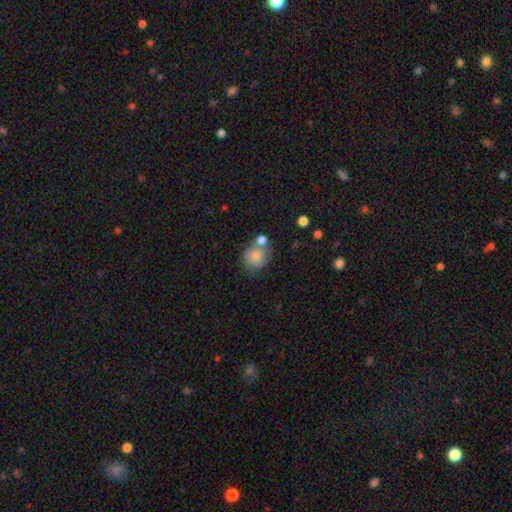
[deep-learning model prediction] Morphology: type=smooth (75%); roundness=round (76%); merging=none (60%).